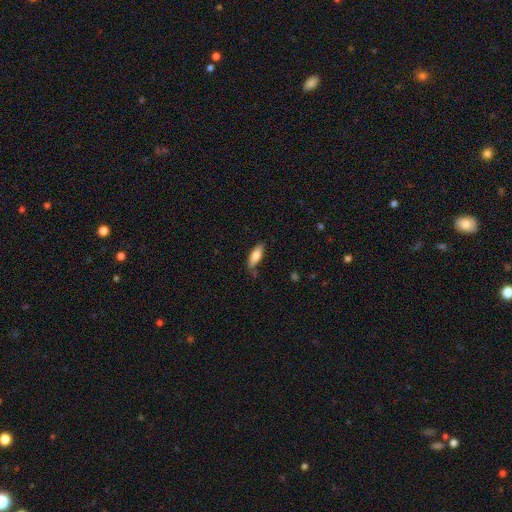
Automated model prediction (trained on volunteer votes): Morphology: type=smooth (77%); roundness=in between (62%); merging=none (77%).